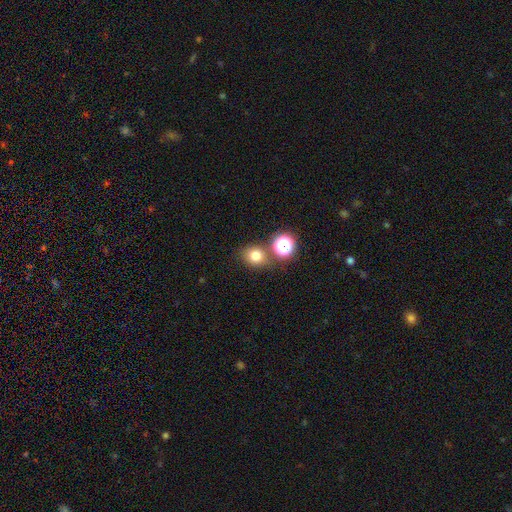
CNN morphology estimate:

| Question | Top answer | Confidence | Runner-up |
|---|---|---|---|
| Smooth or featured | smooth | 75% | star or artifact (17%) |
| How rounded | round | 71% | in between (28%) |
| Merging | none | 71% | merger (14%) |